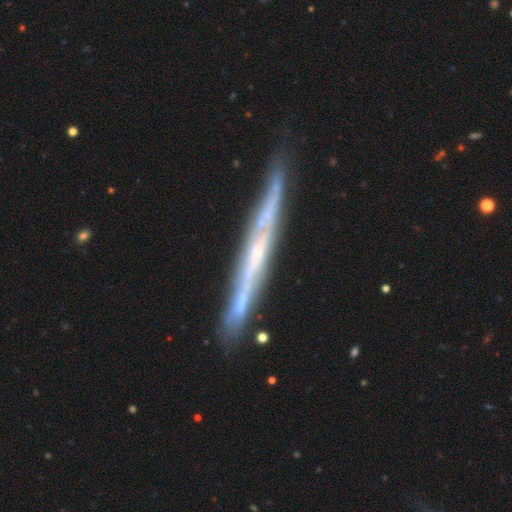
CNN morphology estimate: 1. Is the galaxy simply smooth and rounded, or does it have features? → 78% featured or disk, 16% smooth, 7% star or artifact.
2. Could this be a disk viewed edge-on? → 93% yes, 7% no.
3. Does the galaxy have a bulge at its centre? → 69% none, 24% rounded, 7% boxy.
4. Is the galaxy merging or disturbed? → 81% none, 14% minor disturbance, 2% major disturbance, 2% merger.